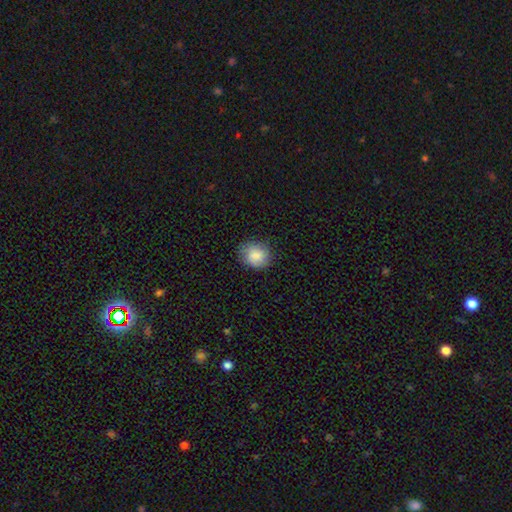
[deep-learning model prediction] The model was most divided on "how rounded": round: 71%, in between: 28%, cigar-shaped: 1%. More confident: smooth or featured — smooth (87%); merging — none (81%).